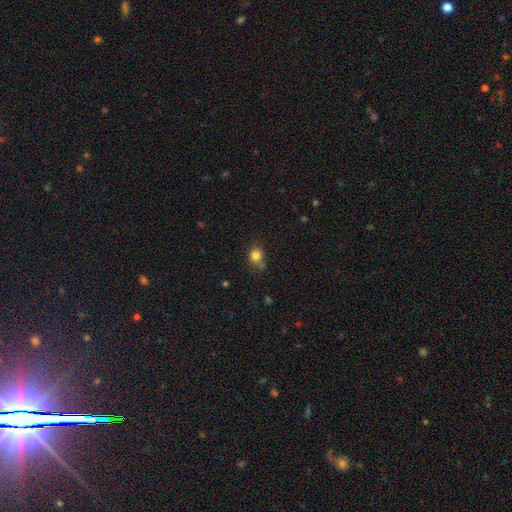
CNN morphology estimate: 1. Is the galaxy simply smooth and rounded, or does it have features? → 81% smooth, 12% star or artifact, 6% featured or disk.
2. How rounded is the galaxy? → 73% round, 26% in between, 1% cigar-shaped.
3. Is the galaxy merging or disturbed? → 65% none, 18% minor disturbance, 12% merger, 5% major disturbance.